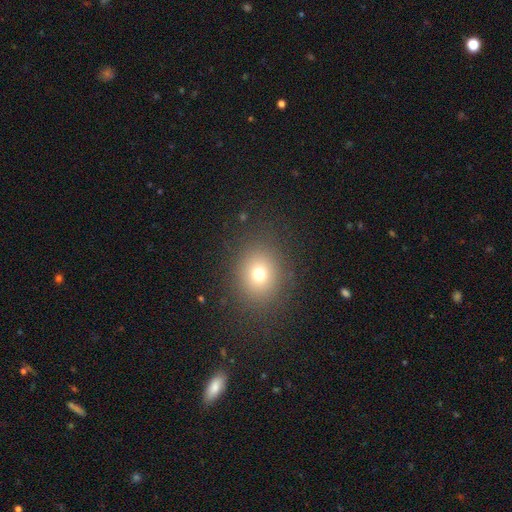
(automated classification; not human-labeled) Morphology: type=smooth (67%); roundness=round (62%); merging=none (89%).